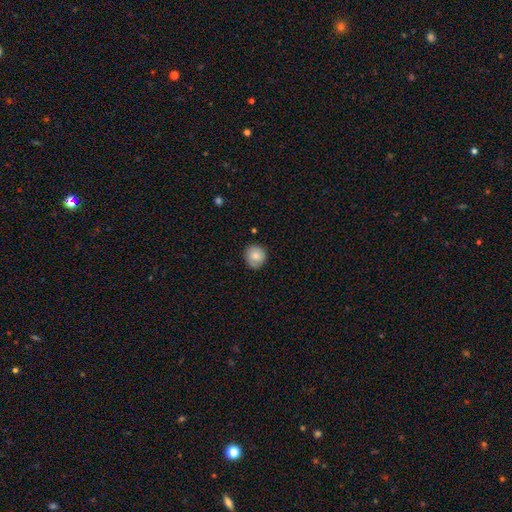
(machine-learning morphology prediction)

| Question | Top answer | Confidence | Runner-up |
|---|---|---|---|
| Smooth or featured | smooth | 80% | featured or disk (12%) |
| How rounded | round | 88% | in between (11%) |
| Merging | none | 82% | minor disturbance (14%) |